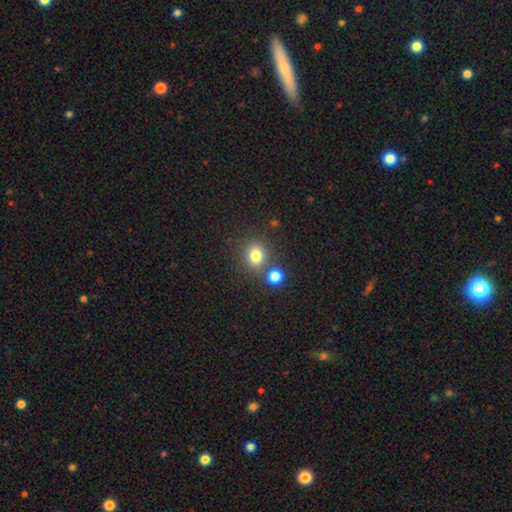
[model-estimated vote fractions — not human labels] Smooth or featured? Predicted: smooth (p=0.79). How rounded? Predicted: round (p=0.74). Merging? Predicted: none (p=0.68).